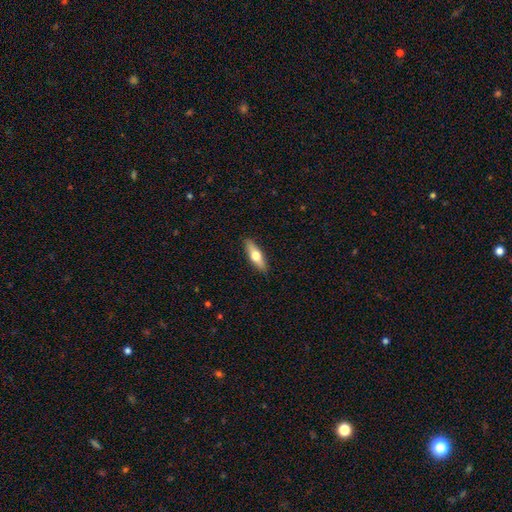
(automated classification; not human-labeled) smooth_or_featured: smooth (p=0.56) [alt: featured or disk p=0.38]
how_rounded: cigar-shaped (p=0.55) [alt: in between p=0.42]
merging: none (p=0.89) [alt: minor disturbance p=0.08]